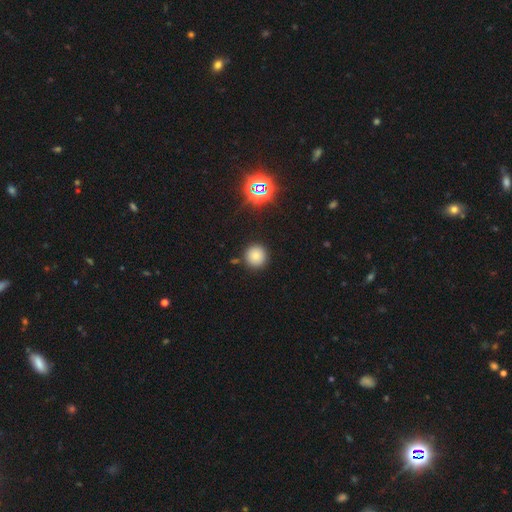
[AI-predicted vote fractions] This appears to be a smooth galaxy with no disk features (79%) that is round (95%). Merging: none (89%).